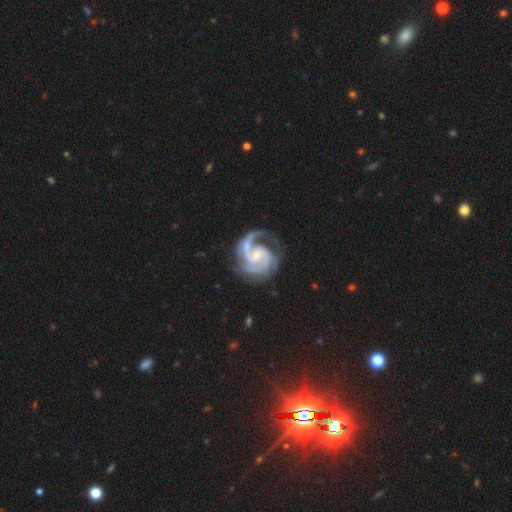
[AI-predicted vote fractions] This appears to be a featured or disk galaxy (93%) with no bar (45%), 2 (53%) medium (51%) spiral arms (98%) and a small central bulge (66%). Merging: none (64%).